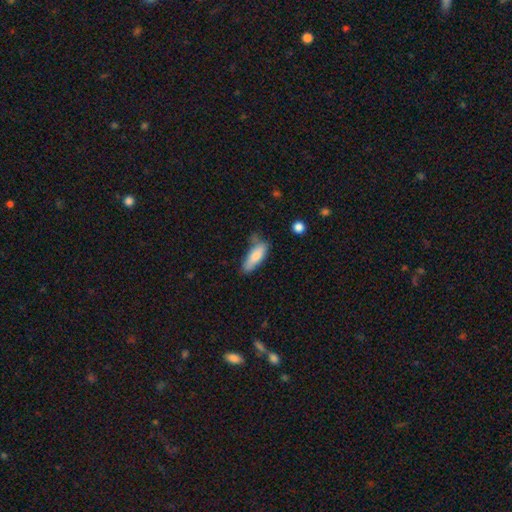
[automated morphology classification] Smooth or featured: smooth — 78% (featured or disk — 15%)
How rounded: in between — 55% (cigar-shaped — 43%)
Merging: none — 52% (minor disturbance — 33%)